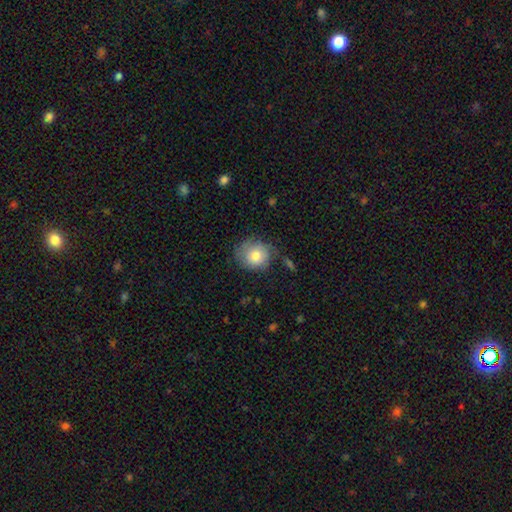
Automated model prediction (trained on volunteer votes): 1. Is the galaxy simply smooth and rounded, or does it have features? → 78% smooth, 14% featured or disk, 8% star or artifact.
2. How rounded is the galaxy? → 79% round, 20% in between, 1% cigar-shaped.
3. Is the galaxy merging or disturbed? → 67% none, 23% minor disturbance, 7% major disturbance, 3% merger.